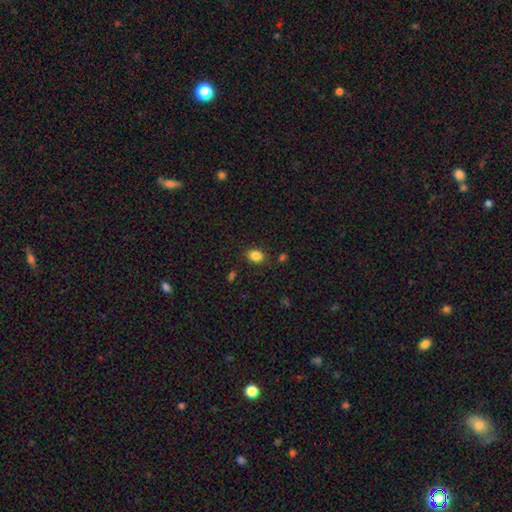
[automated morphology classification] This is clearly a smooth galaxy (85%). How rounded: possibly in between (60%). Merging: clearly none (84%).